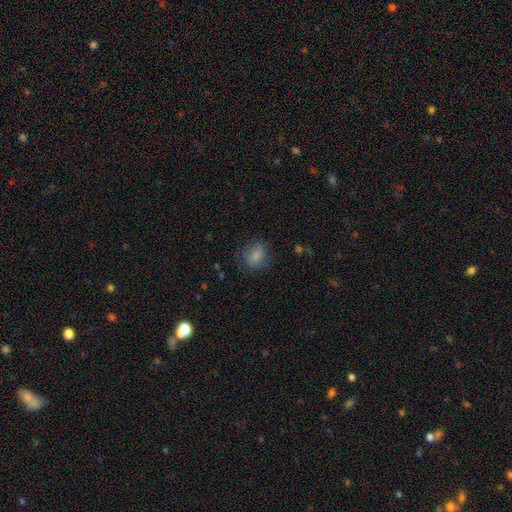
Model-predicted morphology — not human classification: This is likely a smooth galaxy (80%). How rounded: possibly in between (50%). Merging: likely none (73%).